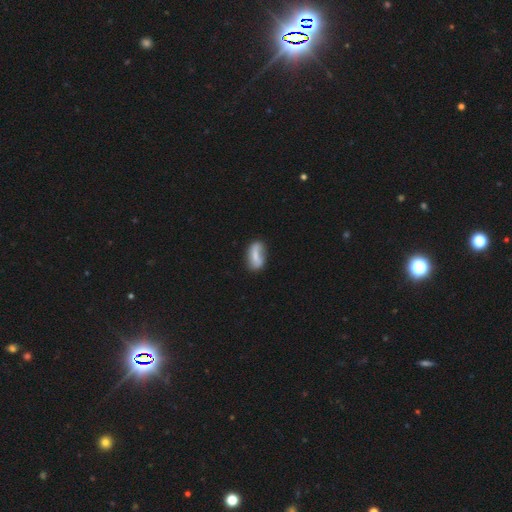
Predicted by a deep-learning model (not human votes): A smooth galaxy with no disk features (57%) that is in between round and cigar-shaped (85%).

Vote fractions:
- Smooth or featured? smooth: 57% / featured or disk: 35% / star or artifact: 7%
- How rounded? in between: 85% / cigar-shaped: 10% / round: 5%
- Merging? none: 56% / minor disturbance: 27% / major disturbance: 11% / merger: 6%